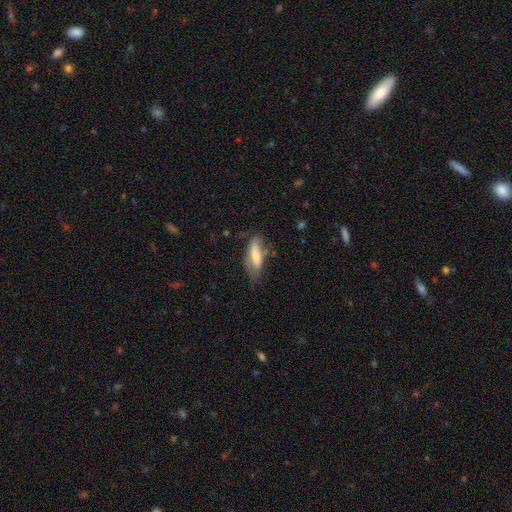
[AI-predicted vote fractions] This is possibly a smooth galaxy (53%). How rounded: likely in between (64%). Merging: possibly none (60%).